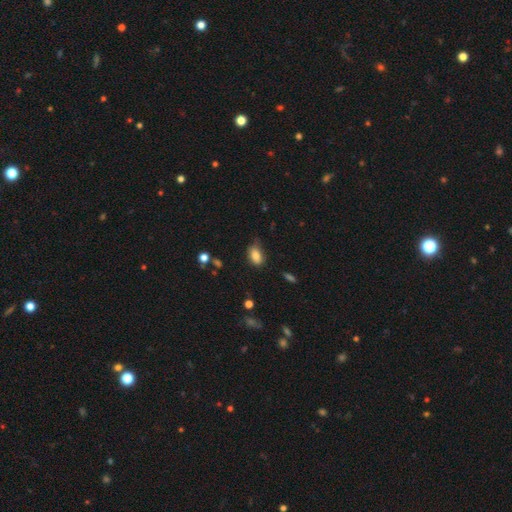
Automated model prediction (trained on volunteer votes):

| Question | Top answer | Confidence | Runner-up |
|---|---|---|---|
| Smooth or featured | smooth | 81% | star or artifact (9%) |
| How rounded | in between | 87% | round (10%) |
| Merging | none | 56% | minor disturbance (33%) |